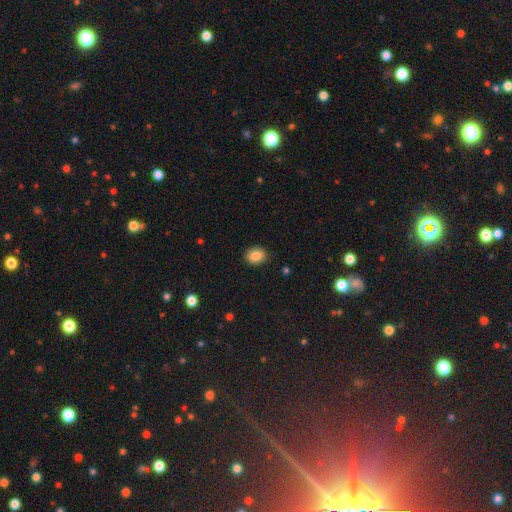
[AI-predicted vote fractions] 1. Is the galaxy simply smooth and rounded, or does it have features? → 85% smooth, 9% star or artifact, 6% featured or disk.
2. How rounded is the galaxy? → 52% round, 47% in between, 1% cigar-shaped.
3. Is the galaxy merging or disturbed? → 89% none, 8% minor disturbance, 2% major disturbance, 1% merger.